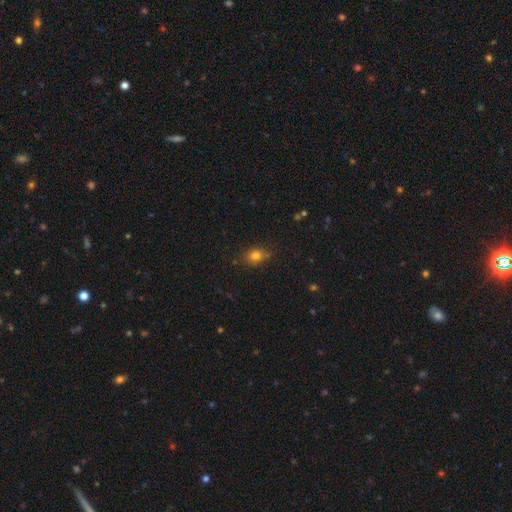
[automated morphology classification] smooth 79%, star or artifact 13%, featured or disk 8%. Down the decision tree: how rounded — in between (50%); merging — none (74%).